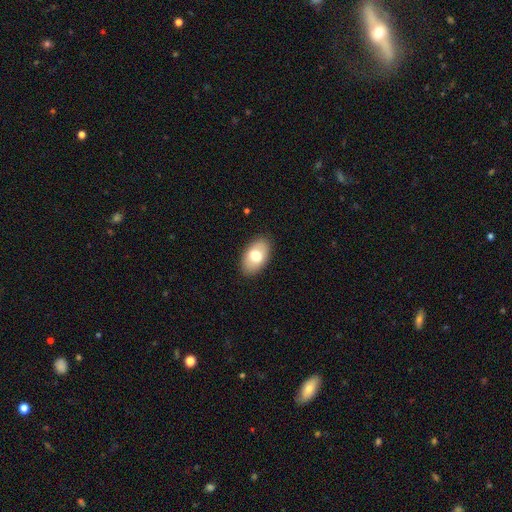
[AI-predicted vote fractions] A smooth galaxy with no disk features (72%) that is in between round and cigar-shaped (93%).

Vote fractions:
- Smooth or featured? smooth: 72% / featured or disk: 22% / star or artifact: 7%
- How rounded? in between: 93% / round: 6% / cigar-shaped: 1%
- Merging? none: 87% / minor disturbance: 9% / major disturbance: 2% / merger: 1%